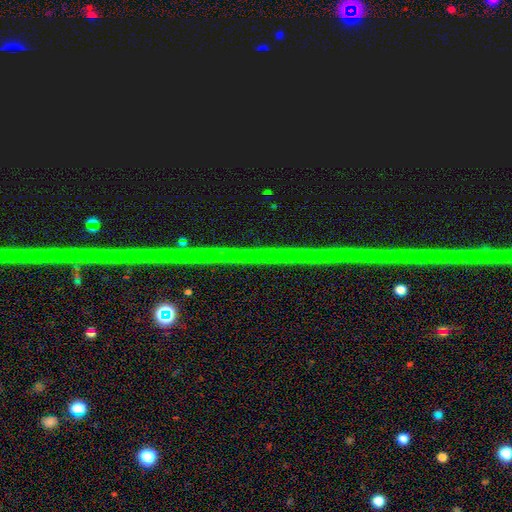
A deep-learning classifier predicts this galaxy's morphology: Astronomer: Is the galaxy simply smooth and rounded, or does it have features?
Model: star or artifact — 90%.